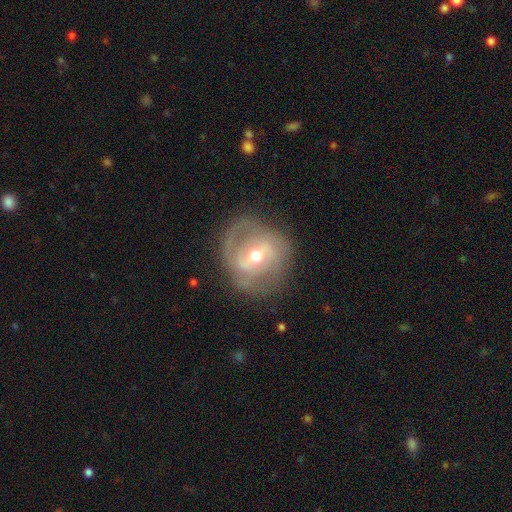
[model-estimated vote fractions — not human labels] Smooth or featured?
  - featured or disk: 75% *
  - smooth: 18%
  - star or artifact: 7%
Edge-on disk?
  - no: 96% *
  - yes: 4%
Bar?
  - weak: 45% *
  - no: 32%
  - strong: 24%
Spiral arms?
  - yes: 78% *
  - no: 22%
Spiral winding?
  - tight: 41% *
  - medium: 39%
  - loose: 20%
Spiral arm count?
  - 2: 55% *
  - can't tell: 24%
  - 1: 9%
  - 3: 8%
  - 4: 2%
  - more than 4: 2%
Bulge size?
  - moderate: 64% *
  - small: 32%
  - large: 3%
  - none: 1%
  - dominant: 1%
Merging?
  - none: 66% *
  - minor disturbance: 21%
  - major disturbance: 12%
  - merger: 2%